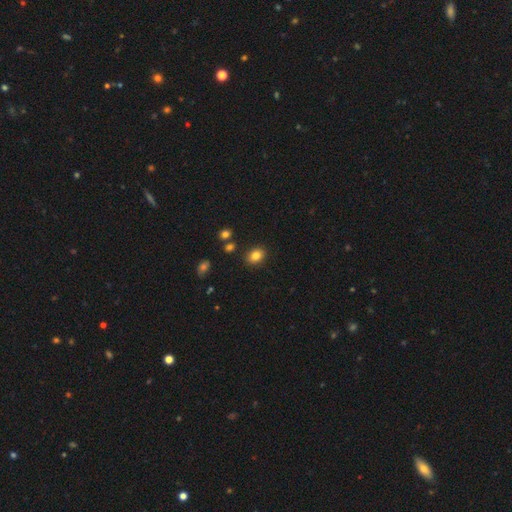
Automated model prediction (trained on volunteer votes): This is clearly a smooth galaxy (82%). How rounded: possibly in between (59%). Merging: clearly none (87%).